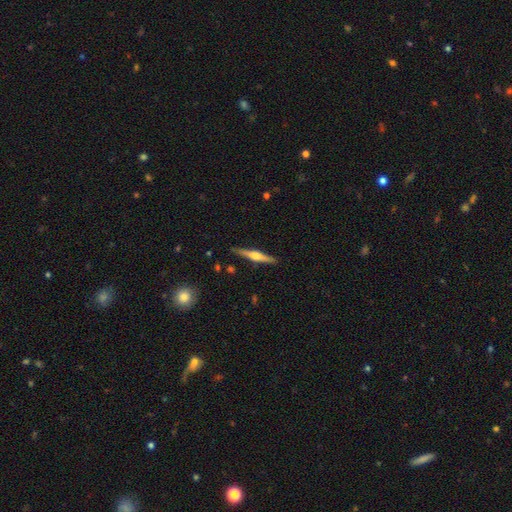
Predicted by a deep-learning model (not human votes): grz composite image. It shows a featured or disk galaxy (70%) viewed edge-on (98%) with a rounded central bulge (89%). Merging: none (90%).